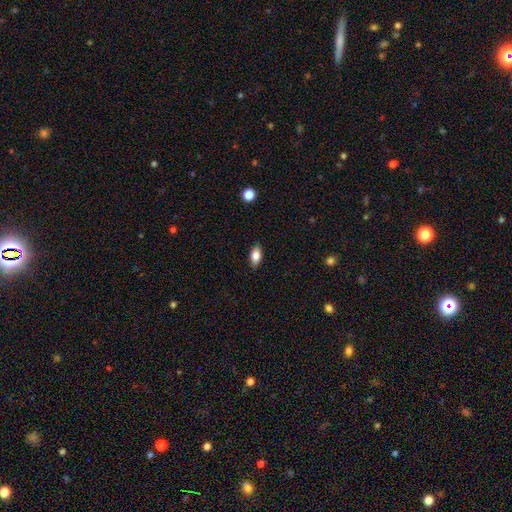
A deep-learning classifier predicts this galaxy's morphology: smooth_or_featured: smooth (p=0.82) [alt: featured or disk p=0.10]
how_rounded: in between (p=0.89) [alt: cigar-shaped p=0.06]
merging: none (p=0.87) [alt: minor disturbance p=0.10]